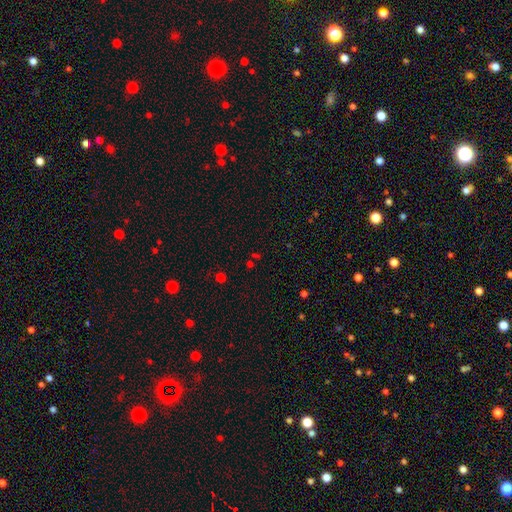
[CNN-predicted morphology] A star or artifact, not a galaxy (57%).